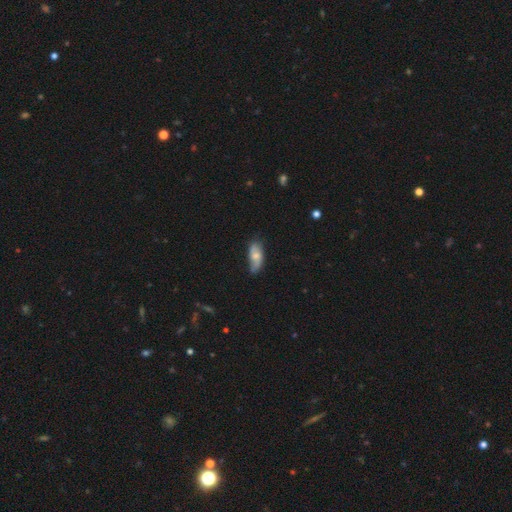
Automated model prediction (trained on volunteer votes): A smooth galaxy with no disk features (54%) that is in between round and cigar-shaped (79%).

Vote fractions:
- Smooth or featured? smooth: 54% / featured or disk: 39% / star or artifact: 7%
- How rounded? in between: 79% / cigar-shaped: 18% / round: 3%
- Merging? none: 59% / minor disturbance: 31% / major disturbance: 8% / merger: 3%